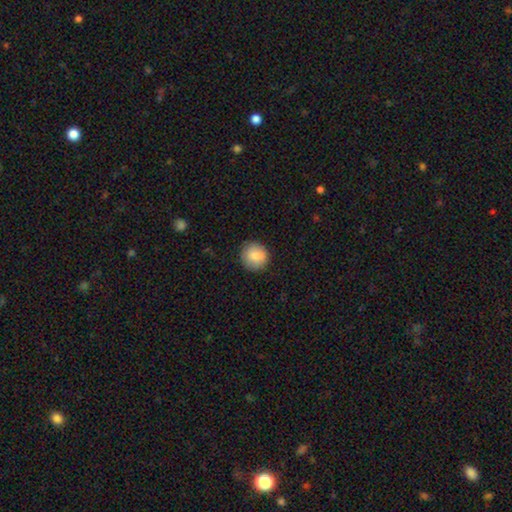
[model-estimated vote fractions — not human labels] smooth-or-featured: smooth: 85% | star or artifact: 8% | featured or disk: 7%
  how-rounded: round: 90% | in between: 9% | cigar-shaped: 1%
  merging: none: 87% | minor disturbance: 9% | major disturbance: 2% | merger: 1%